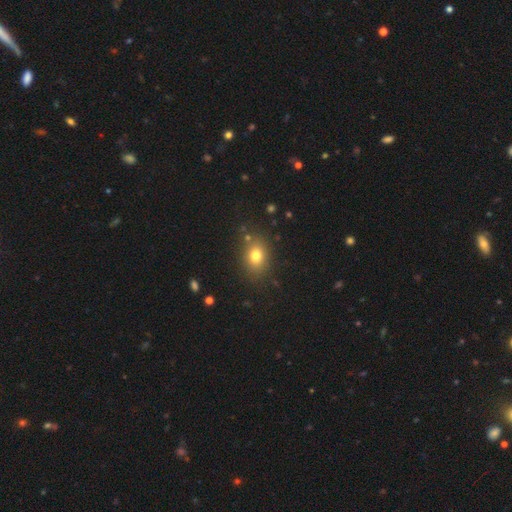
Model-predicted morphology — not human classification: Smooth or featured? Predicted: smooth (p=0.77). How rounded? Predicted: in between (p=0.60). Merging? Predicted: none (p=0.83).